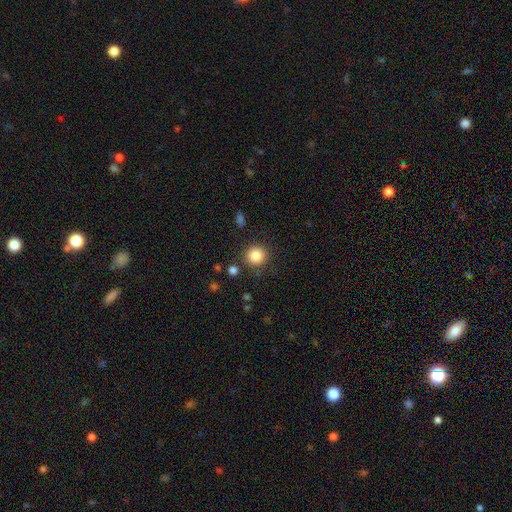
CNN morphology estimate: The model was most divided on "smooth or featured": smooth: 85%, star or artifact: 10%, featured or disk: 4%. More confident: how rounded — round (93%); merging — none (87%).